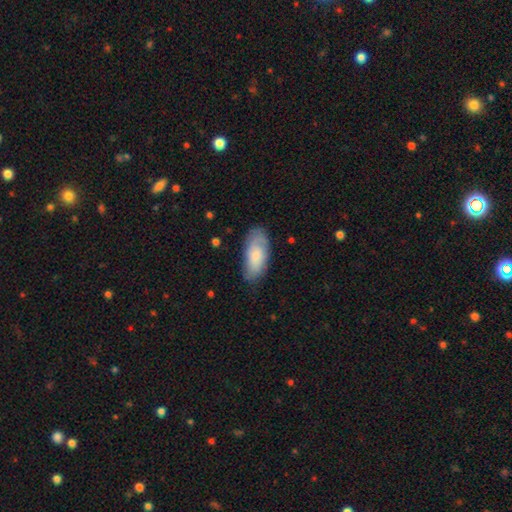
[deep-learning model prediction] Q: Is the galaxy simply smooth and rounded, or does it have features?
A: smooth — 68%.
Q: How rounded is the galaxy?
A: in between — 87%.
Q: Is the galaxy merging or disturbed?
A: none — 74%.